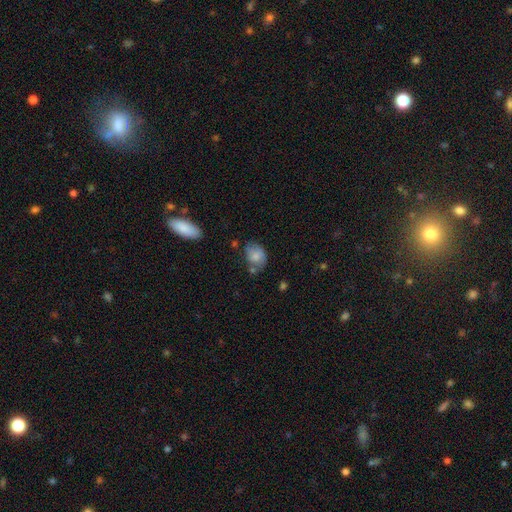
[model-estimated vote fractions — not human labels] Morphology: type=smooth (72%); roundness=in between (64%); merging=none (52%).